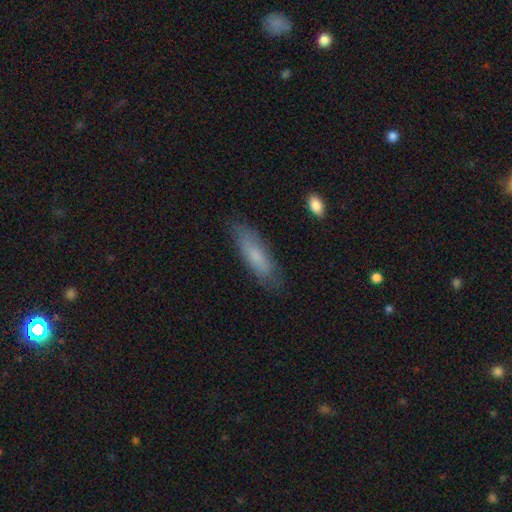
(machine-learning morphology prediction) The model was most divided on "how rounded": cigar-shaped: 57%, in between: 41%, round: 2%. More confident: merging — none (80%); smooth or featured — smooth (74%).